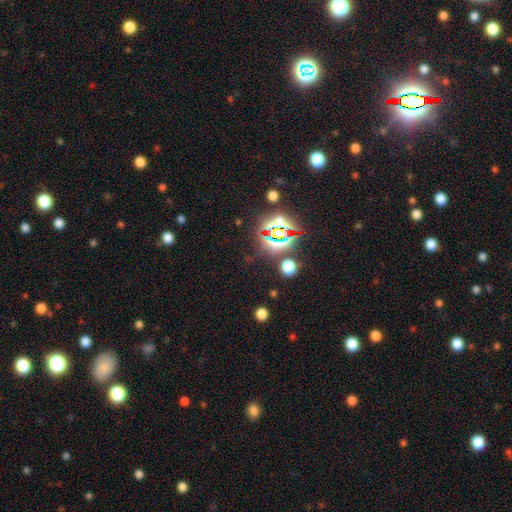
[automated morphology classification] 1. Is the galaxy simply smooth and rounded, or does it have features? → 80% star or artifact, 12% smooth, 8% featured or disk.